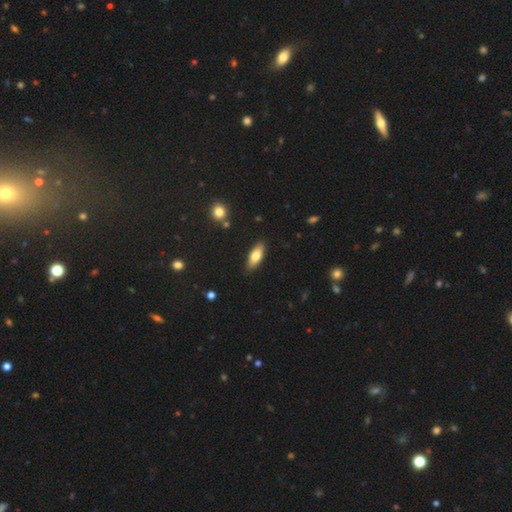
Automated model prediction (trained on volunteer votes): Q: Smooth or featured?
A: smooth (75%); runner-up: featured or disk (19%)
Q: How rounded?
A: in between (72%); runner-up: cigar-shaped (25%)
Q: Merging?
A: none (86%); runner-up: minor disturbance (10%)